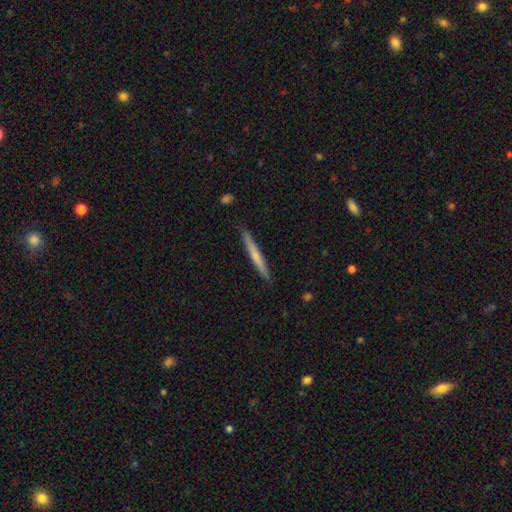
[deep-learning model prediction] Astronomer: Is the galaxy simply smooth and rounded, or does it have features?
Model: smooth — 61%.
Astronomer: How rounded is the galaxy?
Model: cigar-shaped — 97%.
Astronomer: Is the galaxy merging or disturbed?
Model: none — 90%.